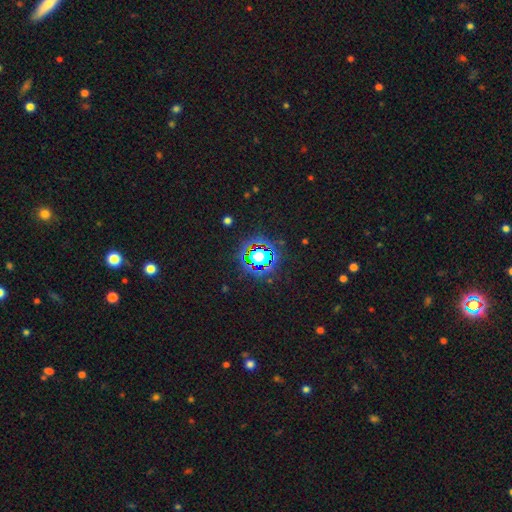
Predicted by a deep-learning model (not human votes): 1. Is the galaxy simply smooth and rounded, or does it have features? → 84% star or artifact, 10% smooth, 6% featured or disk.